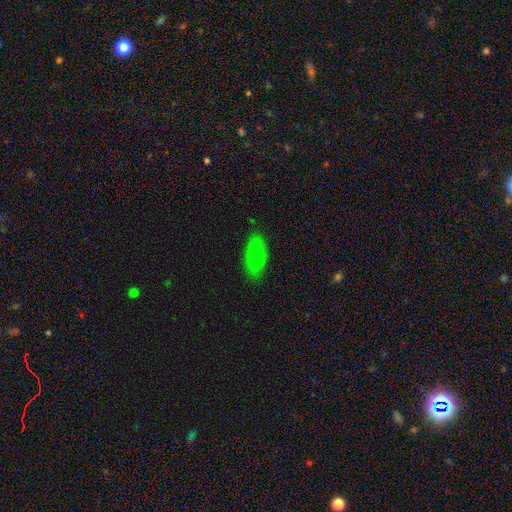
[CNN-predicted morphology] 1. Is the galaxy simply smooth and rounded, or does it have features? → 78% smooth, 14% featured or disk, 8% star or artifact.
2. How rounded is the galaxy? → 81% in between, 17% cigar-shaped, 3% round.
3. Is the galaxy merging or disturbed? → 83% none, 13% minor disturbance, 3% major disturbance, 1% merger.